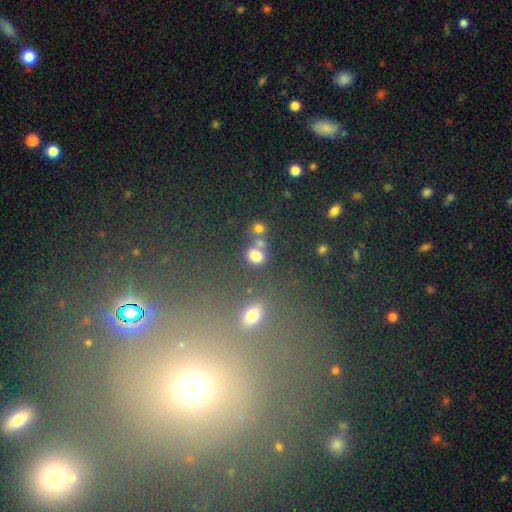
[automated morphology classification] type=smooth (76%); roundness=round (71%); merging=none (58%).